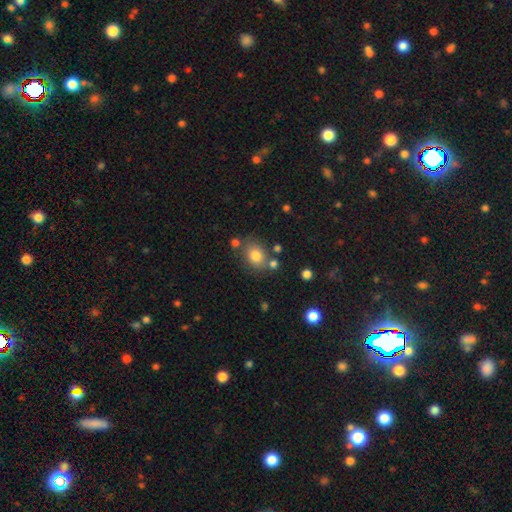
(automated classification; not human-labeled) This is likely a smooth galaxy (79%). How rounded: possibly round (53%). Merging: likely none (71%).